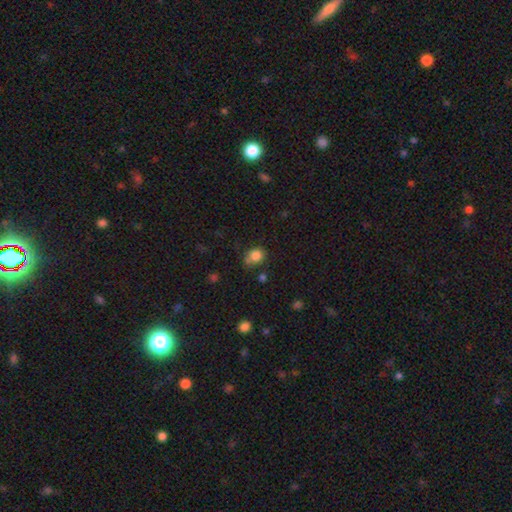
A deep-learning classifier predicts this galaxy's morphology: Smooth or featured?
  - smooth: 82% *
  - star or artifact: 11%
  - featured or disk: 7%
How rounded?
  - round: 61% *
  - in between: 38%
  - cigar-shaped: 1%
Merging?
  - none: 58% *
  - minor disturbance: 25%
  - merger: 9%
  - major disturbance: 8%